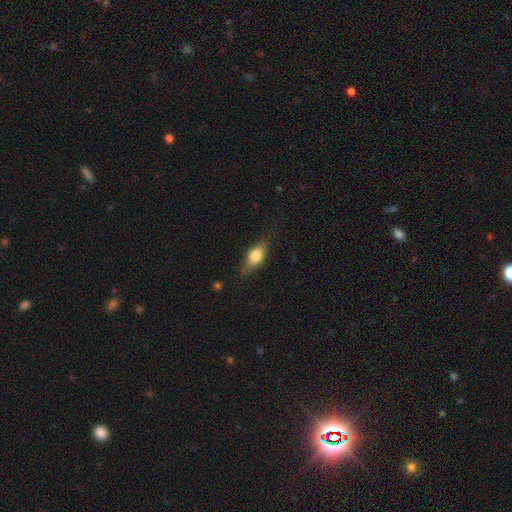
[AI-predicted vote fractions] smooth 62%, featured or disk 31%, star or artifact 7%. Down the decision tree: how rounded — in between (73%); merging — none (73%).